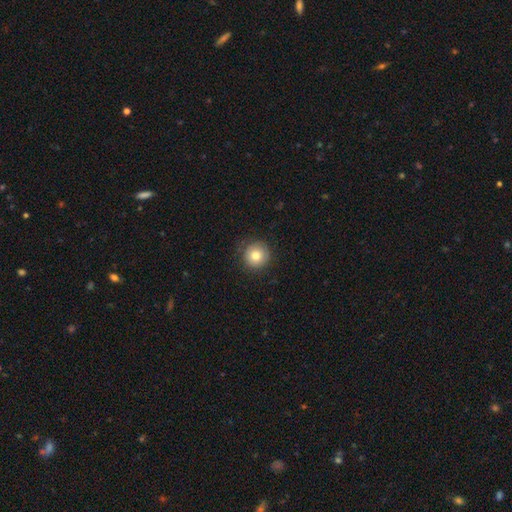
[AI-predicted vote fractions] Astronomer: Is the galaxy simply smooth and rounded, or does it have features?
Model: smooth — 78%.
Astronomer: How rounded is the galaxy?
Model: round — 95%.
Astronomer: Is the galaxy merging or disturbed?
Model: none — 86%.